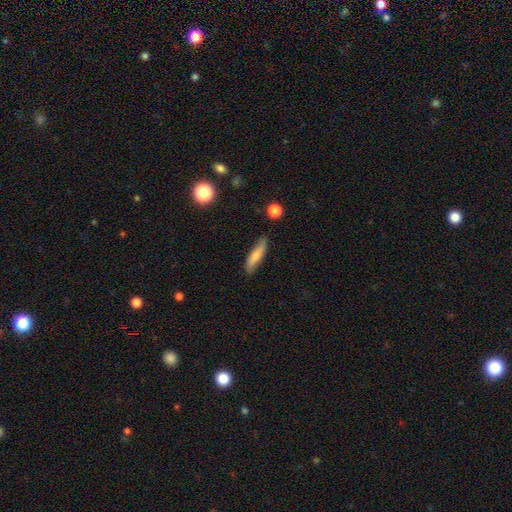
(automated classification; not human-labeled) Smooth or featured: smooth — 69% (featured or disk — 24%)
How rounded: cigar-shaped — 73% (in between — 25%)
Merging: none — 79% (minor disturbance — 16%)